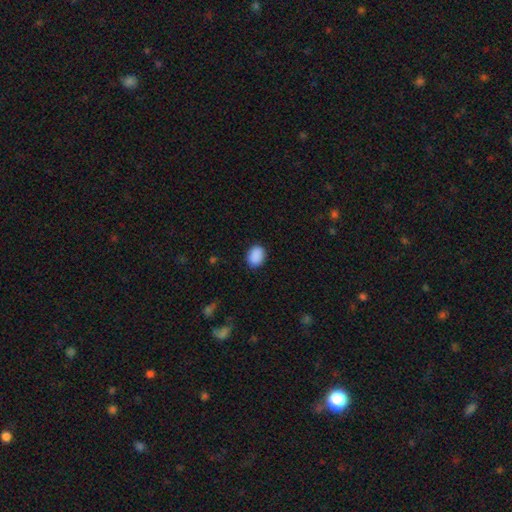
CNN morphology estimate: Smooth or featured? Predicted: smooth (p=0.90). How rounded? Predicted: in between (p=0.63). Merging? Predicted: none (p=0.87).